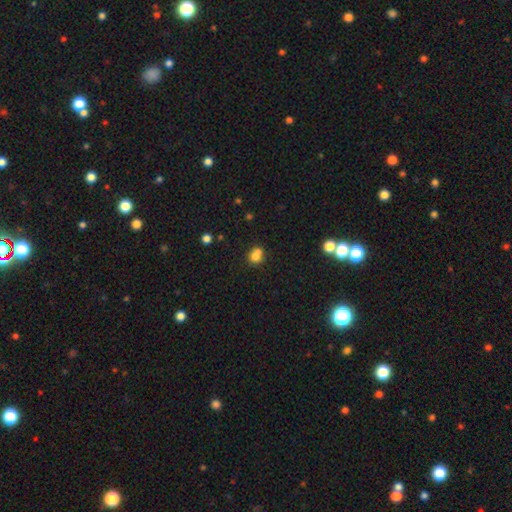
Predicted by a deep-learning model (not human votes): Smooth or featured? Predicted: smooth (p=0.76). How rounded? Predicted: round (p=0.68). Merging? Predicted: none (p=0.42).